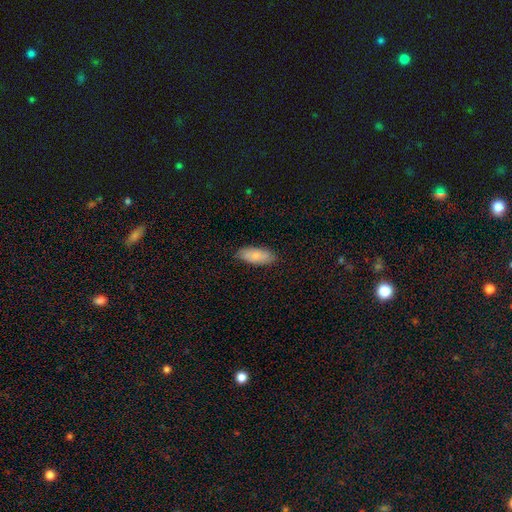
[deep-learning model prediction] Smooth or featured? Predicted: smooth (p=0.79). How rounded? Predicted: in between (p=0.84). Merging? Predicted: none (p=0.82).